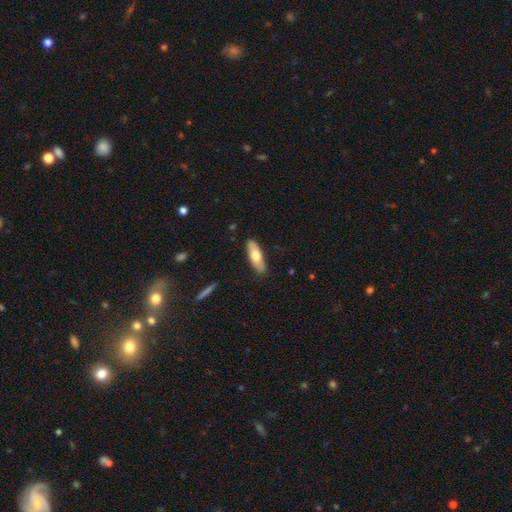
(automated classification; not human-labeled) smooth 63%, featured or disk 31%, star or artifact 5%. Down the decision tree: how rounded — in between (61%); merging — none (86%).